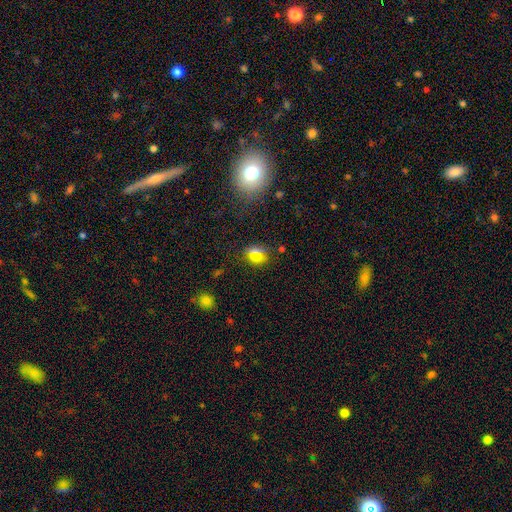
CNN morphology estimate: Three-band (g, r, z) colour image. It shows a smooth galaxy with no disk features (64%) that is round (65%). Merging: none (78%).